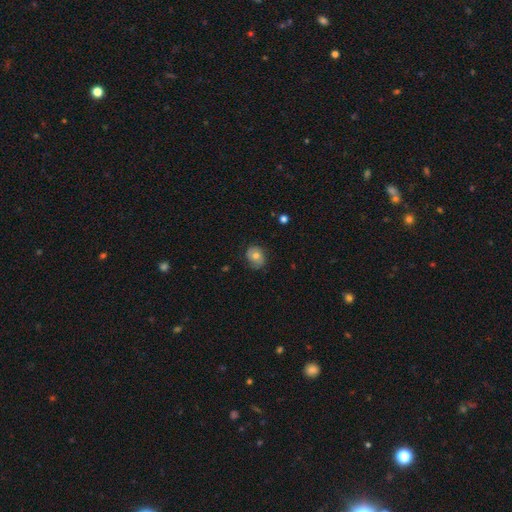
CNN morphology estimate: smooth-or-featured: smooth: 65% | featured or disk: 26% | star or artifact: 9%
  how-rounded: round: 59% | in between: 40% | cigar-shaped: 1%
  merging: none: 75% | minor disturbance: 19% | major disturbance: 5% | merger: 1%